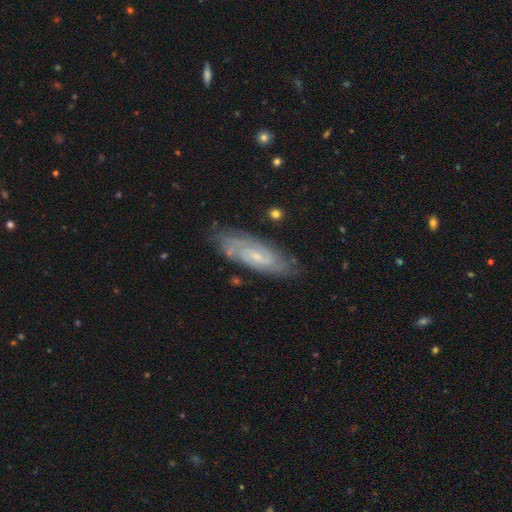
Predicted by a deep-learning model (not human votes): Q: Smooth or featured?
A: featured or disk (79%); runner-up: smooth (14%)
Q: Edge-on disk?
A: no (87%); runner-up: yes (13%)
Q: Bar?
A: weak (47%); runner-up: no (42%)
Q: Spiral arms?
A: yes (94%); runner-up: no (6%)
Q: Spiral winding?
A: tight (58%); runner-up: medium (33%)
Q: Spiral arm count?
A: 2 (46%); runner-up: can't tell (33%)
Q: Bulge size?
A: small (73%); runner-up: moderate (18%)
Q: Merging?
A: none (79%); runner-up: minor disturbance (16%)